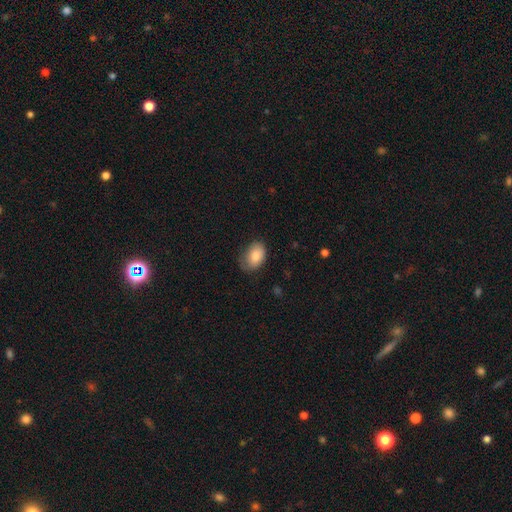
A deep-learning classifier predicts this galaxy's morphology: This appears to be a smooth galaxy with no disk features (83%) that is in between round and cigar-shaped (85%). Merging: none (65%).